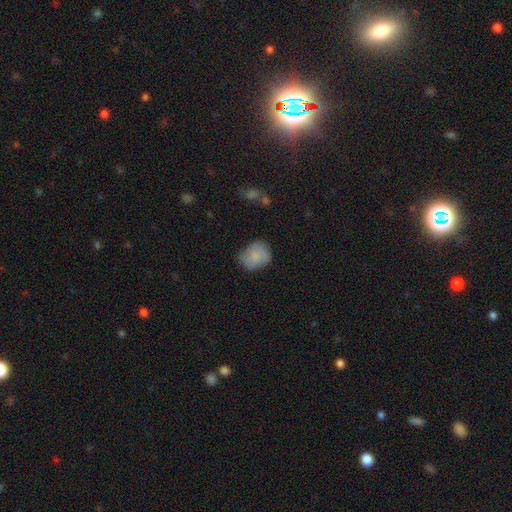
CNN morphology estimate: A smooth galaxy with no disk features (73%) that is round (59%). Merging: none (62%).